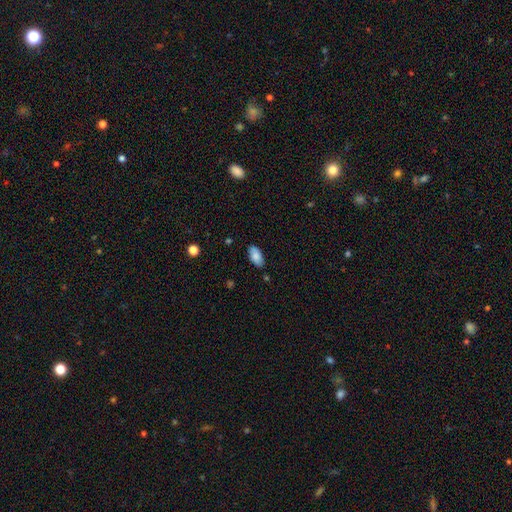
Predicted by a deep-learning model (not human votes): A smooth galaxy with no disk features (79%) that is in between round and cigar-shaped (93%). Merging: none (82%).